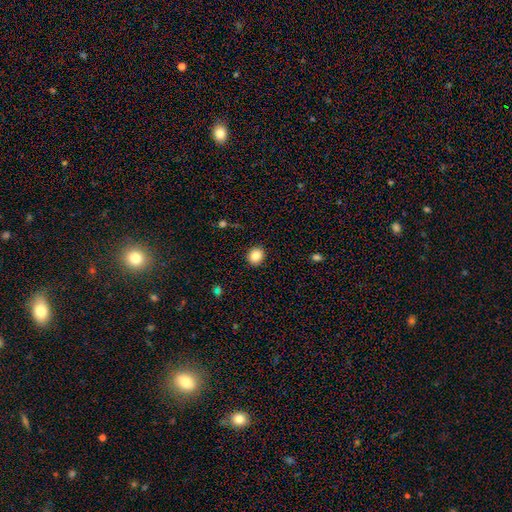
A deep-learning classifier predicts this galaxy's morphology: Q: Smooth or featured?
A: smooth (84%); runner-up: star or artifact (10%)
Q: How rounded?
A: round (80%); runner-up: in between (19%)
Q: Merging?
A: none (91%); runner-up: minor disturbance (6%)